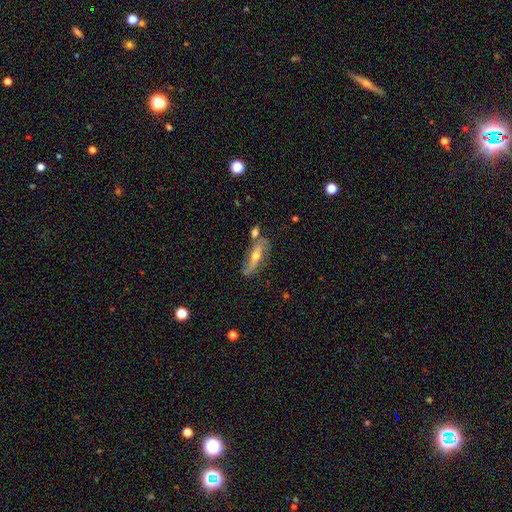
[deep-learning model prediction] smooth_or_featured: featured or disk (p=0.73) [alt: smooth p=0.20]
disk_edge_on: no (p=0.65) [alt: yes p=0.35]
merging: none (p=0.59) [alt: minor disturbance p=0.20]